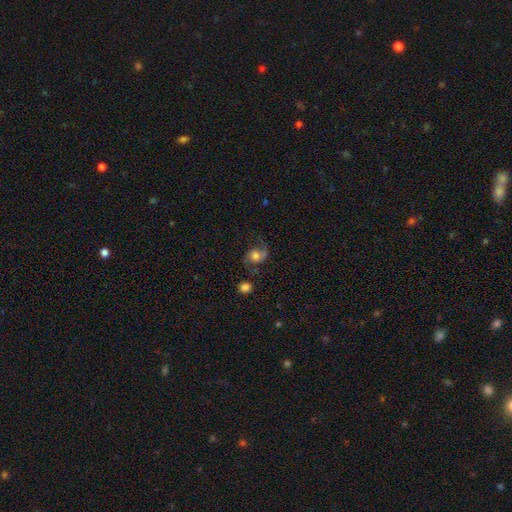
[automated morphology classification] This is possibly a featured or disk galaxy (59%). It is clearly not viewed edge-on (97%). Bar: likely no (72%). Spiral arm pattern: clearly yes (91%). Spiral arm count: clearly 2 (85%). Spiral winding: possibly loose (54%). Central bulge: possibly moderate (54%). Merging: possibly none (60%).